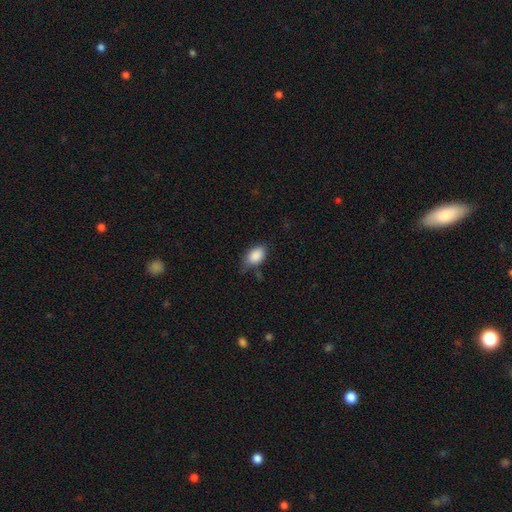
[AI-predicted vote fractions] Smooth or featured? smooth (88%)
How rounded? in between (90%)
Merging? none (66%)